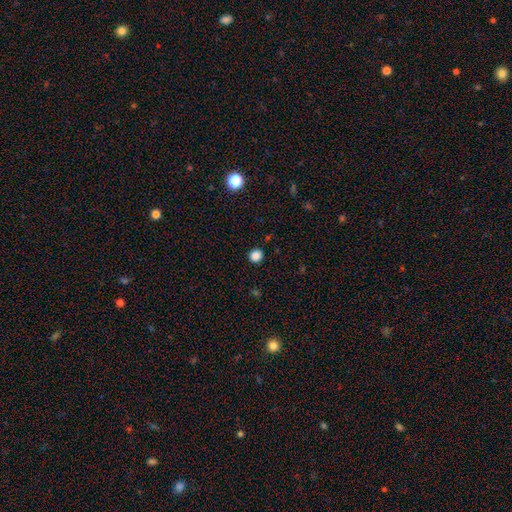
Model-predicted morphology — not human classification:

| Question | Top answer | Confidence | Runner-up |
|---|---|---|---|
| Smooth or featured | smooth | 85% | star or artifact (12%) |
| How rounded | round | 88% | in between (11%) |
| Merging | none | 91% | minor disturbance (6%) |